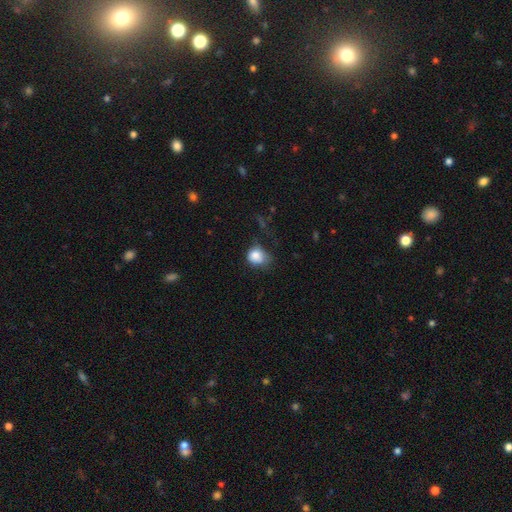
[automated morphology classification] Smooth or featured?
  - smooth: 83% *
  - star or artifact: 9%
  - featured or disk: 8%
How rounded?
  - round: 61% *
  - in between: 38%
  - cigar-shaped: 1%
Merging?
  - none: 41% *
  - minor disturbance: 34%
  - major disturbance: 21%
  - merger: 4%